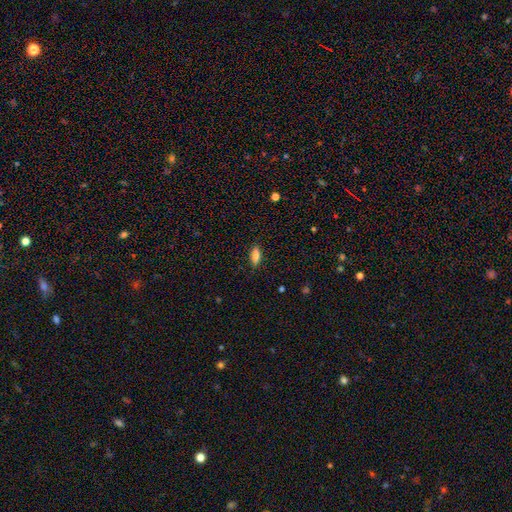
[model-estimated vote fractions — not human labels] A smooth galaxy with no disk features (82%) that is in between round and cigar-shaped (73%).

Vote fractions:
- Smooth or featured? smooth: 82% / featured or disk: 10% / star or artifact: 8%
- How rounded? in between: 73% / cigar-shaped: 24% / round: 3%
- Merging? none: 87% / minor disturbance: 10% / major disturbance: 2% / merger: 1%